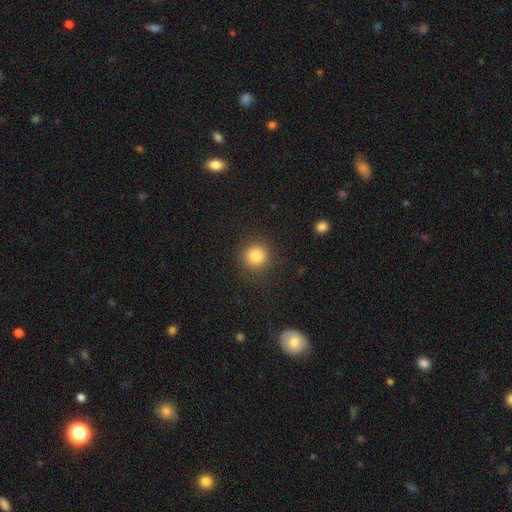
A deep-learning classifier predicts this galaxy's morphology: Smooth or featured? Predicted: smooth (p=0.84). How rounded? Predicted: round (p=0.93). Merging? Predicted: none (p=0.88).